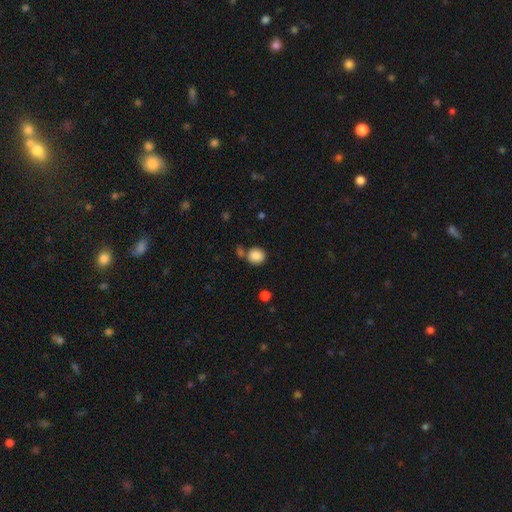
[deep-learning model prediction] This appears to be a smooth galaxy with no disk features (87%) that is round (84%). Merging: none (70%).